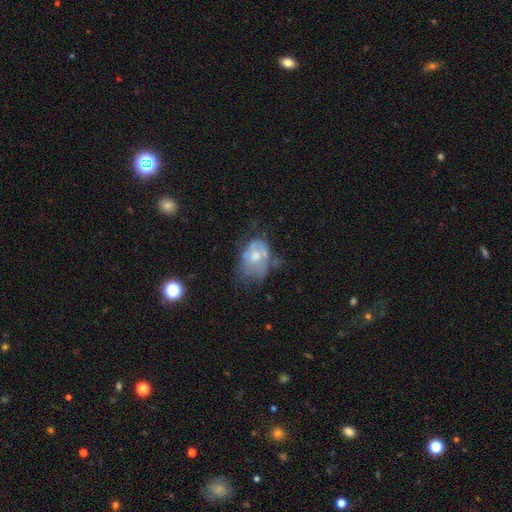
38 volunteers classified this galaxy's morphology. Smooth or featured: featured or disk — 55% (smooth — 42%)
Edge-on disk: no — 100%
Bar: no — 81% (strong — 10%)
Spiral arms: no — 95% (yes — 5%)
Bulge size: moderate — 57% (small — 24%)
Merging: major disturbance — 43% (minor disturbance — 24%)